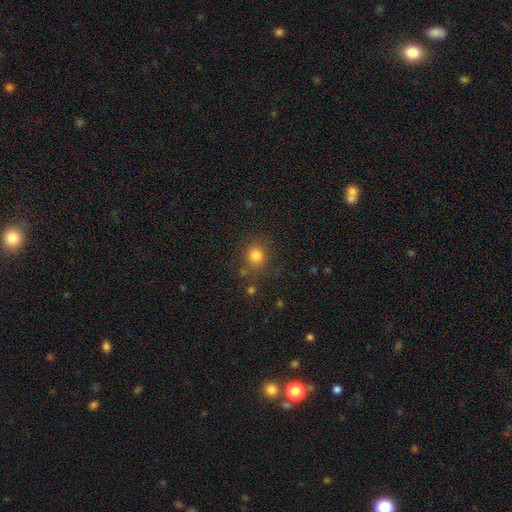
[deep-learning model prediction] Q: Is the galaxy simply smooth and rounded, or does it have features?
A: smooth — 81%.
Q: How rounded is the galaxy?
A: round — 89%.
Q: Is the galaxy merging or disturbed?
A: none — 79%.